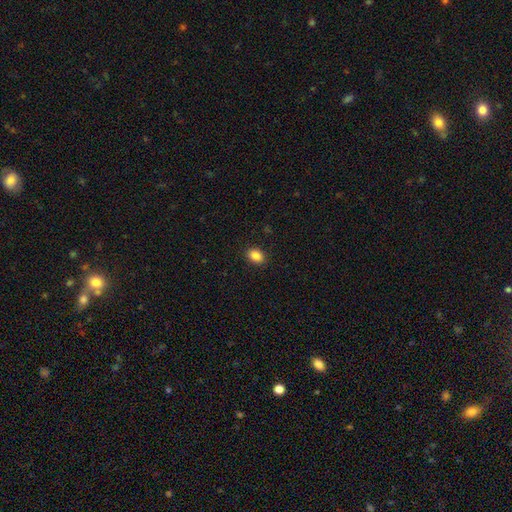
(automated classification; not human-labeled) Smooth or featured? smooth (87%)
How rounded? in between (76%)
Merging? none (90%)